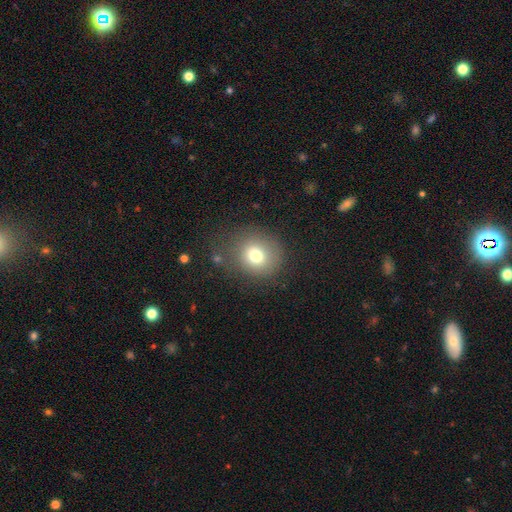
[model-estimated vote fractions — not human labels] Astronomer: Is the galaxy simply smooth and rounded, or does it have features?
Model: smooth — 74%.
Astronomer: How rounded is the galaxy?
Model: round — 85%.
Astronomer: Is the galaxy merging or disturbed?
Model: none — 76%.